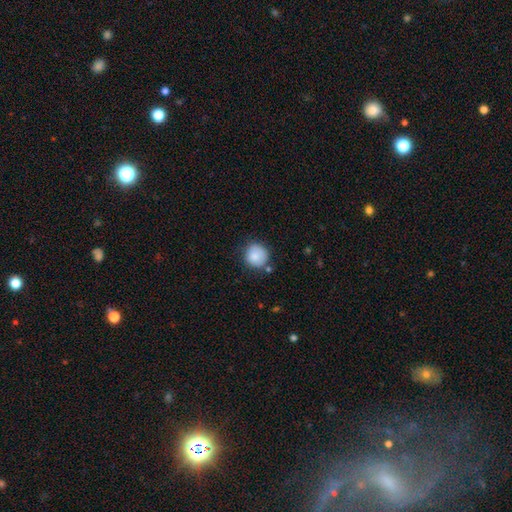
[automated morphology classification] smooth-or-featured: smooth: 85% | star or artifact: 8% | featured or disk: 6%
  how-rounded: round: 91% | in between: 8% | cigar-shaped: 1%
  merging: none: 75% | minor disturbance: 16% | merger: 5% | major disturbance: 4%